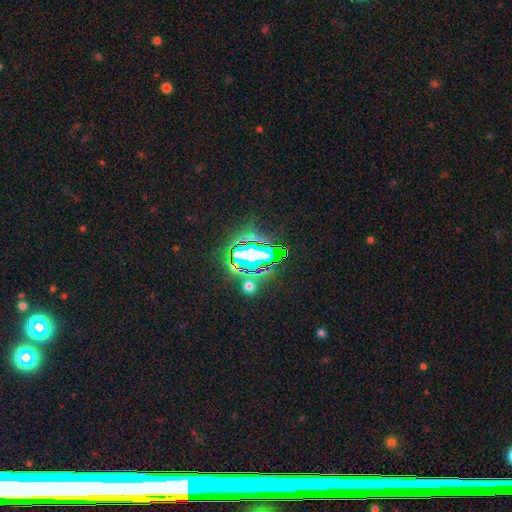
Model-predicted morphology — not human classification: star or artifact 83%, smooth 10%, featured or disk 7%.